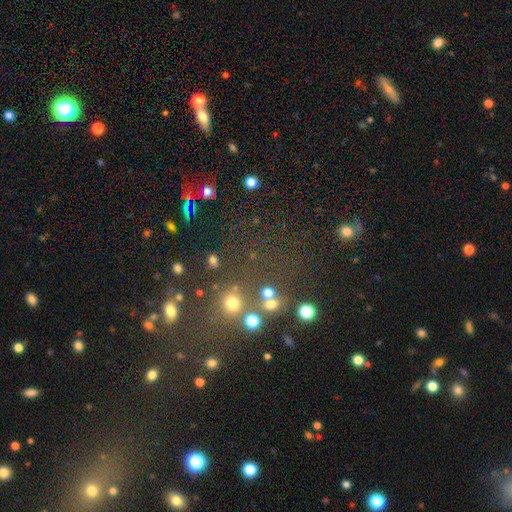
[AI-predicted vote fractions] The model was most divided on "smooth or featured": star or artifact: 59%, smooth: 30%, featured or disk: 12%.